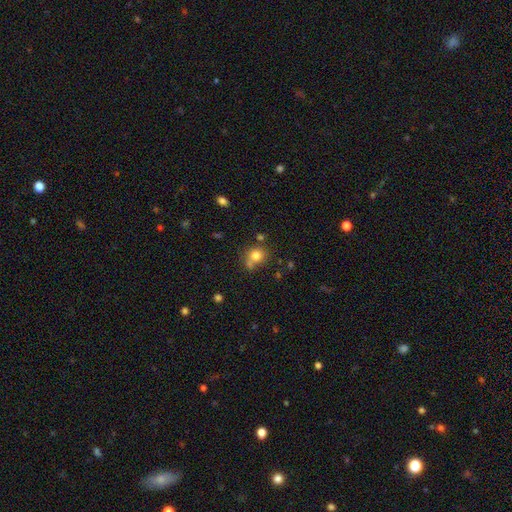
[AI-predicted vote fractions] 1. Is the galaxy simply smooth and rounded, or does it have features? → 78% smooth, 12% star or artifact, 10% featured or disk.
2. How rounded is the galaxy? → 76% round, 23% in between, 1% cigar-shaped.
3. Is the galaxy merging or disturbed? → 53% none, 21% merger, 18% minor disturbance, 9% major disturbance.